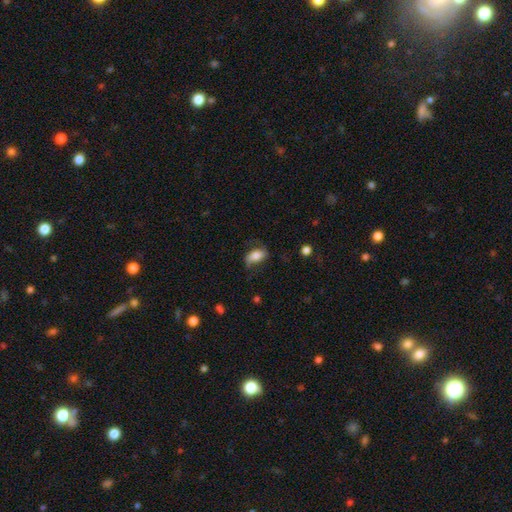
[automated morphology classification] Q: Smooth or featured?
A: smooth (61%); runner-up: featured or disk (32%)
Q: How rounded?
A: in between (87%); runner-up: round (7%)
Q: Merging?
A: none (58%); runner-up: minor disturbance (25%)